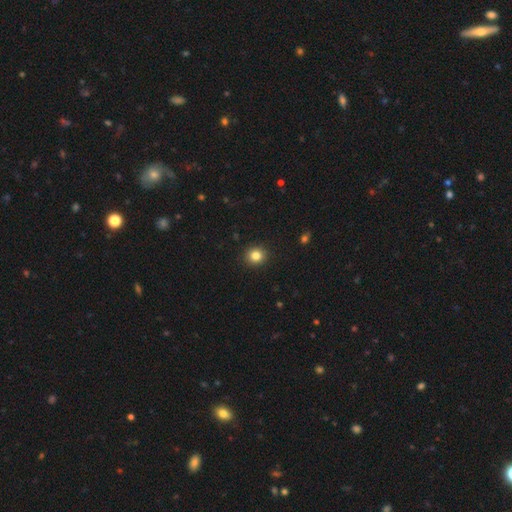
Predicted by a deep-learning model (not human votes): A smooth galaxy with no disk features (83%) that is round (88%).

Vote fractions:
- Smooth or featured? smooth: 83% / star or artifact: 11% / featured or disk: 6%
- How rounded? round: 88% / in between: 11% / cigar-shaped: 1%
- Merging? none: 92% / minor disturbance: 5% / major disturbance: 2% / merger: 1%